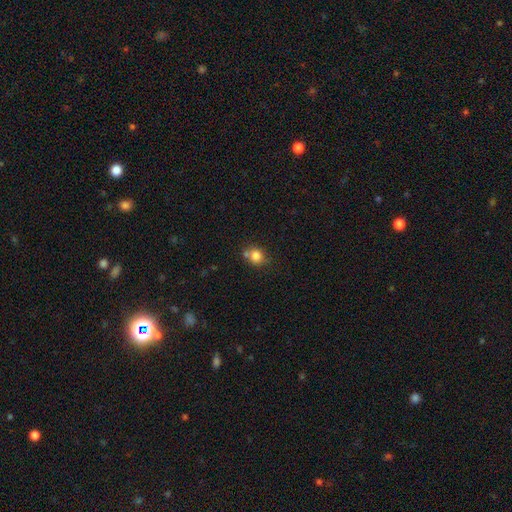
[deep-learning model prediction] Morphology: type=smooth (80%); roundness=round (78%); merging=none (59%).